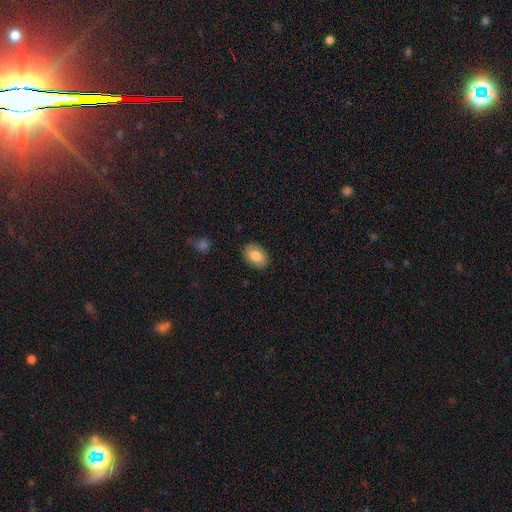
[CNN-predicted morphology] Smooth or featured? smooth (77%)
How rounded? in between (83%)
Merging? none (87%)